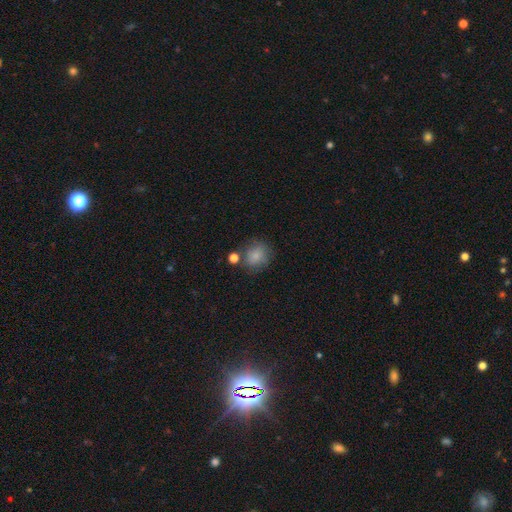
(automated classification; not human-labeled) This appears to be a smooth galaxy with no disk features (81%) that is round (74%). Merging: none (66%).